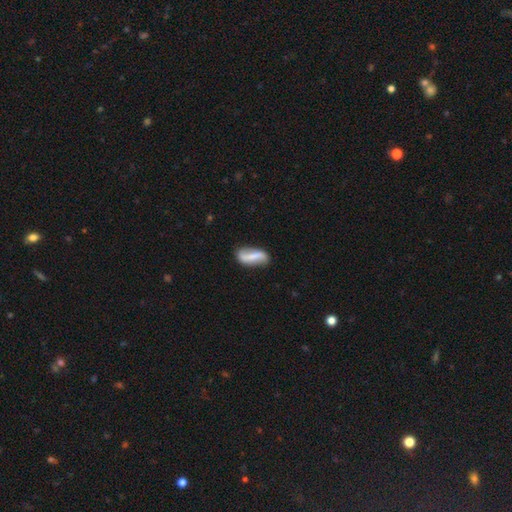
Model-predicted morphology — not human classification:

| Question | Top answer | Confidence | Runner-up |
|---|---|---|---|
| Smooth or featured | featured or disk | 53% | smooth (40%) |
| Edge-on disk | no | 90% | yes (10%) |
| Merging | none | 76% | minor disturbance (17%) |